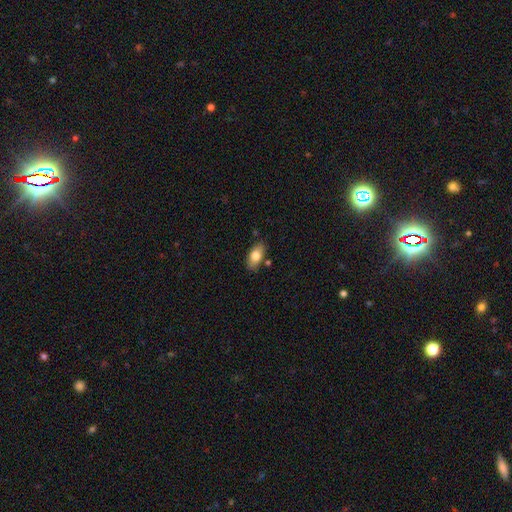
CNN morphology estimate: Smooth or featured? smooth (78%)
How rounded? in between (90%)
Merging? none (80%)